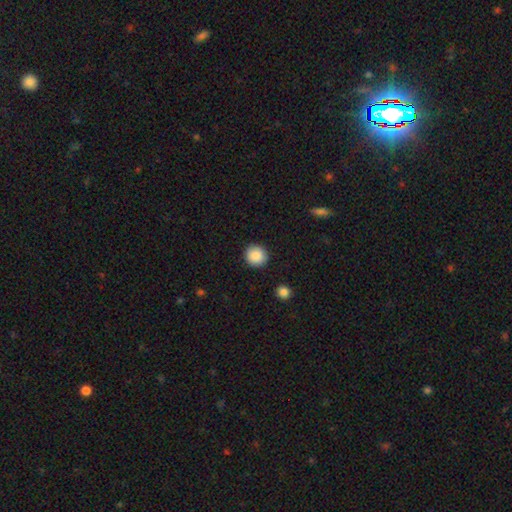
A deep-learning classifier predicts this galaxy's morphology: Smooth or featured? smooth (88%)
How rounded? round (93%)
Merging? none (91%)